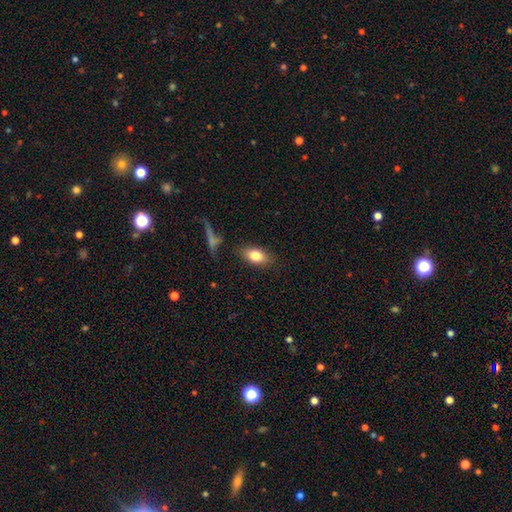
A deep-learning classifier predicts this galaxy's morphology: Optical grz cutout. It shows a smooth galaxy with no disk features (80%) that is in between round and cigar-shaped (86%). Merging: none (81%).